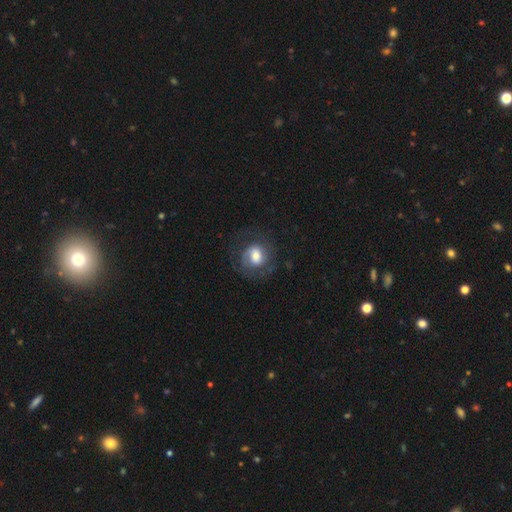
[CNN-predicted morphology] Smooth or featured: smooth — 51% (featured or disk — 41%)
How rounded: round — 67% (in between — 32%)
Merging: none — 66% (minor disturbance — 18%)